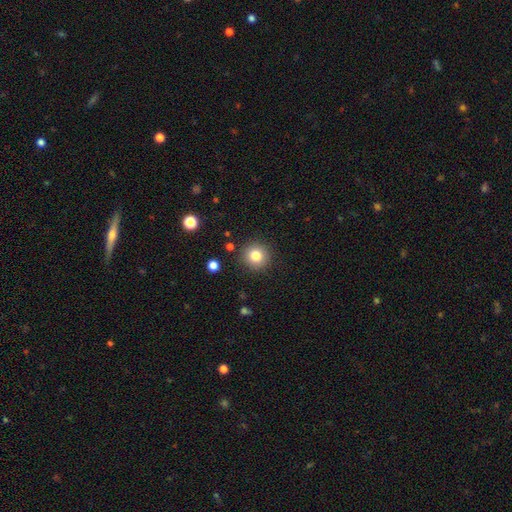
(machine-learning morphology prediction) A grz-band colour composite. It shows a smooth galaxy with no disk features (80%) that is round (94%). Merging: none (89%).